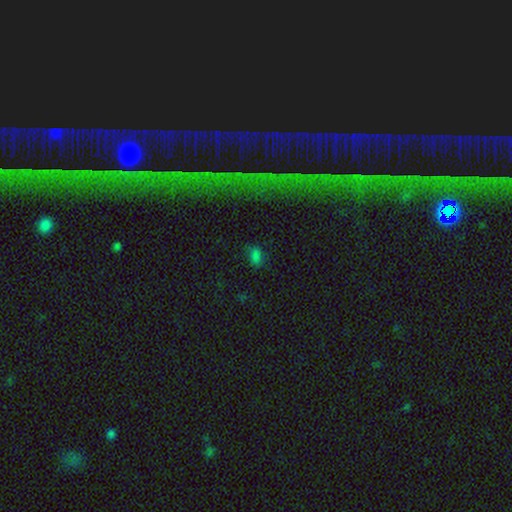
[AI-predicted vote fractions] Q: Smooth or featured?
A: smooth (68%); runner-up: star or artifact (26%)
Q: How rounded?
A: in between (81%); runner-up: round (17%)
Q: Merging?
A: none (75%); runner-up: minor disturbance (16%)